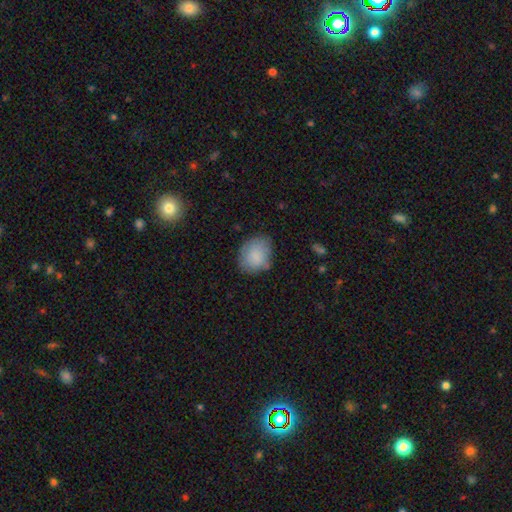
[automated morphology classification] Smooth or featured? smooth (83%)
How rounded? round (52%)
Merging? none (68%)